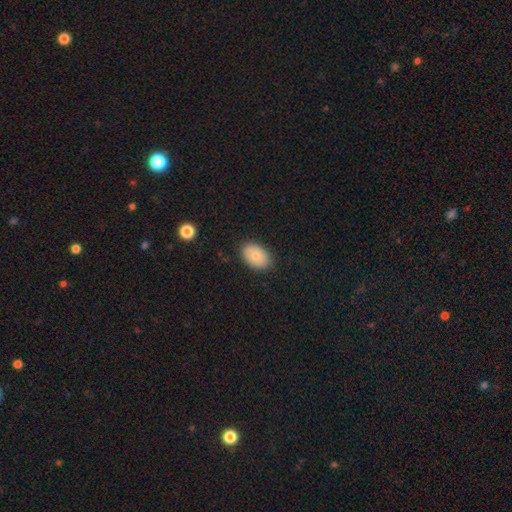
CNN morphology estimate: This appears to be a smooth galaxy with no disk features (75%) that is in between round and cigar-shaped (85%). Merging: none (85%).